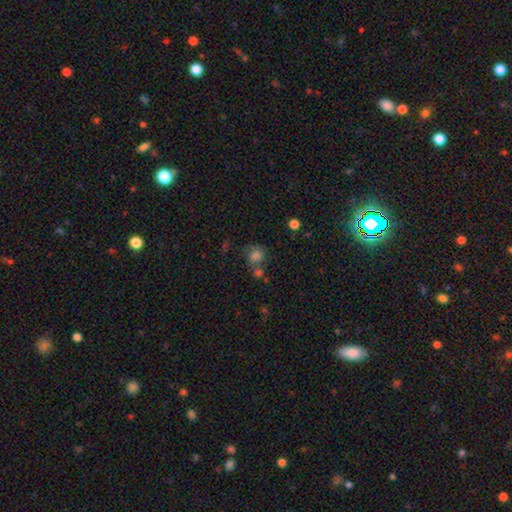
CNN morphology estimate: smooth-or-featured: smooth: 64% | featured or disk: 19% | star or artifact: 18%
  how-rounded: round: 68% | in between: 31% | cigar-shaped: 1%
  merging: none: 40% | merger: 30% | minor disturbance: 16% | major disturbance: 13%